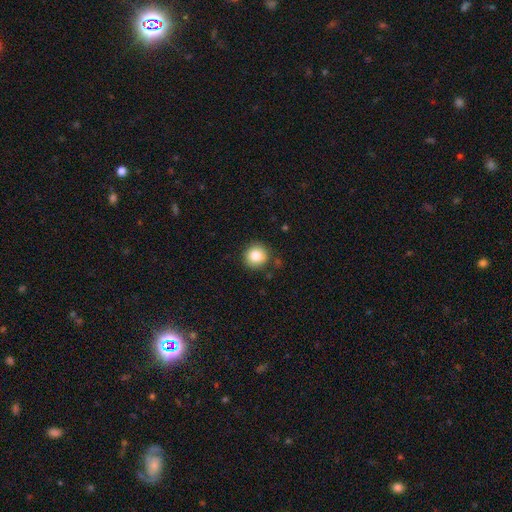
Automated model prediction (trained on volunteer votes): This is clearly a smooth galaxy (84%). How rounded: clearly round (92%). Merging: clearly none (86%).